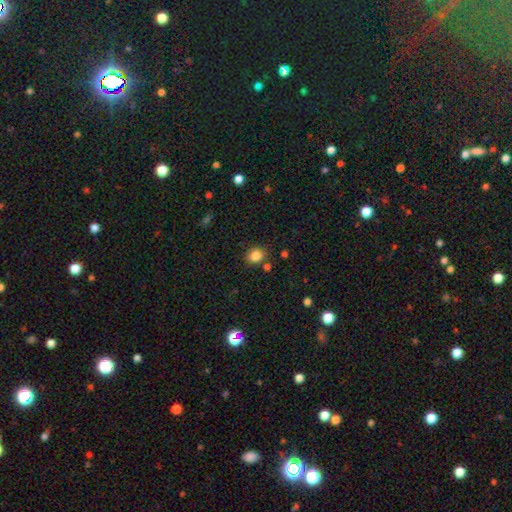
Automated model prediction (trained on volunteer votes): Smooth or featured? smooth (84%)
How rounded? round (62%)
Merging? none (81%)